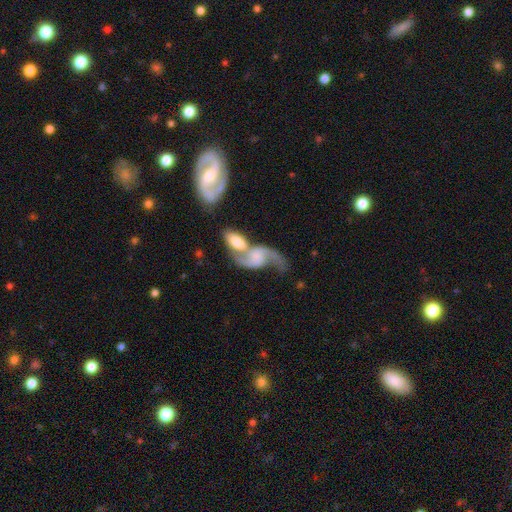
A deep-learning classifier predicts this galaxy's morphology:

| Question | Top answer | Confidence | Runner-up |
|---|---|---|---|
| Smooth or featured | featured or disk | 82% | smooth (9%) |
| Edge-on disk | no | 93% | yes (7%) |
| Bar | no | 45% | weak (42%) |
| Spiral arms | yes | 93% | no (7%) |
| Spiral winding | loose | 59% | medium (32%) |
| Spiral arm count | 2 | 87% | 1 (5%) |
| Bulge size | small | 38% | moderate (37%) |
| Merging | none | 37% | merger (35%) |